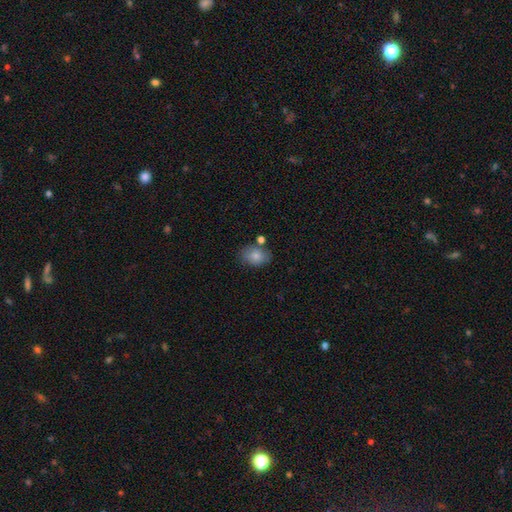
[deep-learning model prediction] The model was most divided on "how rounded": in between: 75%, round: 24%, cigar-shaped: 1%. More confident: smooth or featured — smooth (81%); merging — none (70%).